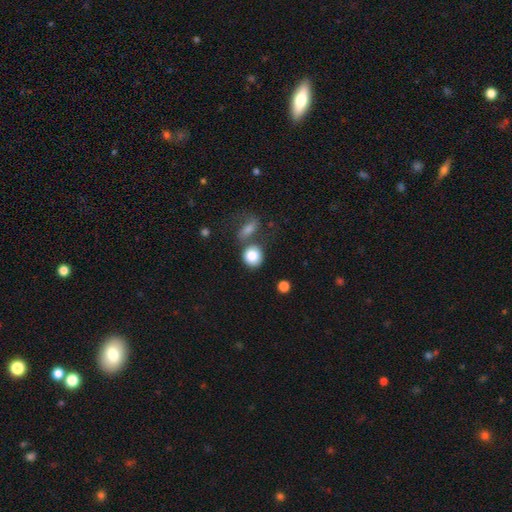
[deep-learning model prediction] A star or artifact, not a galaxy (42%).

Vote fractions:
- Smooth or featured? star or artifact: 42% / smooth: 38% / featured or disk: 19%